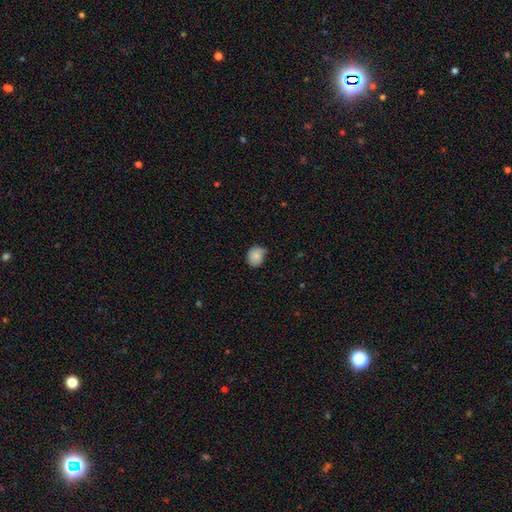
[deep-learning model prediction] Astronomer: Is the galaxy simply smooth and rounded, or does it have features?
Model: smooth — 80%.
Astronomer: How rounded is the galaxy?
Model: round — 63%.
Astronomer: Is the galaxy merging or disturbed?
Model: none — 54% (runner-up: minor disturbance, 37%).